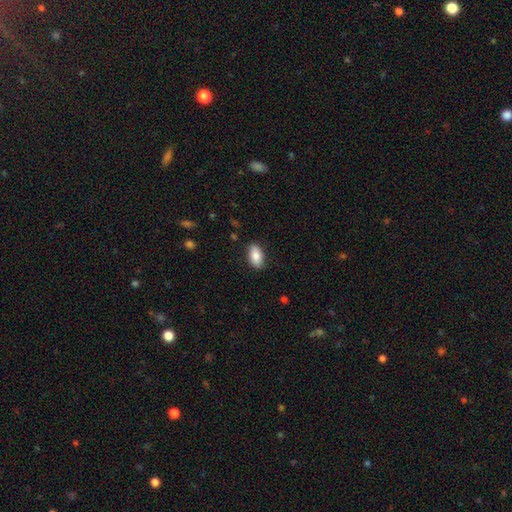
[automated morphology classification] Q: Smooth or featured?
A: smooth (85%); runner-up: featured or disk (9%)
Q: How rounded?
A: in between (92%); runner-up: cigar-shaped (4%)
Q: Merging?
A: none (87%); runner-up: minor disturbance (10%)